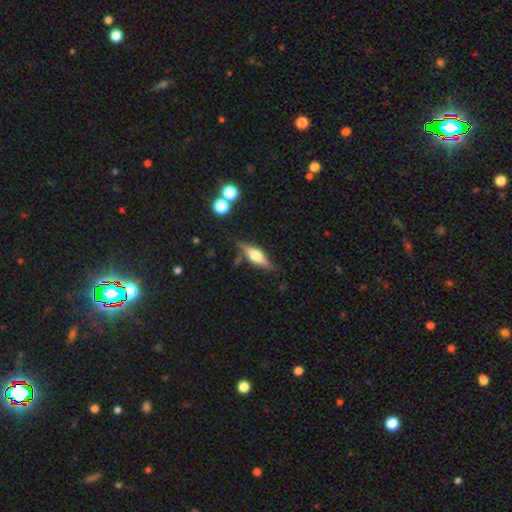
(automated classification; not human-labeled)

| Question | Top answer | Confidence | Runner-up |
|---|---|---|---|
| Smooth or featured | featured or disk | 61% | smooth (32%) |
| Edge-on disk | yes | 93% | no (7%) |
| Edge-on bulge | rounded | 89% | boxy (9%) |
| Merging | none | 76% | minor disturbance (15%) |